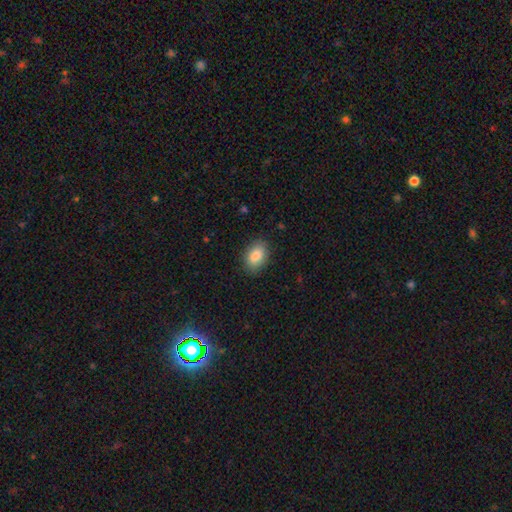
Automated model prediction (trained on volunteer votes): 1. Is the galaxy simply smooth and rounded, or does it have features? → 87% smooth, 7% star or artifact, 6% featured or disk.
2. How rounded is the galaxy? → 88% in between, 10% round, 1% cigar-shaped.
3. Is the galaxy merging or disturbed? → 86% none, 10% minor disturbance, 3% major disturbance, 1% merger.